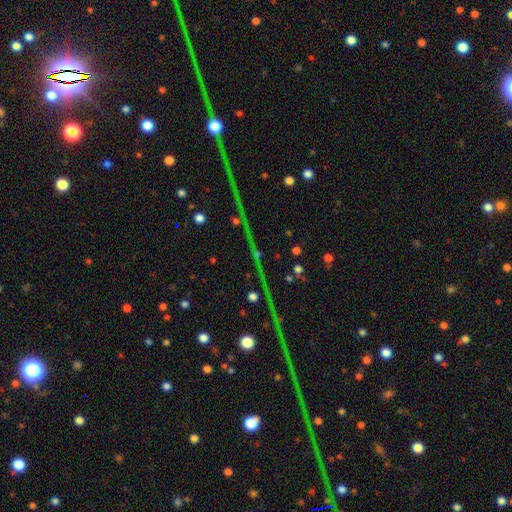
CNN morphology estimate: Smooth or featured? Predicted: star or artifact (p=0.81).